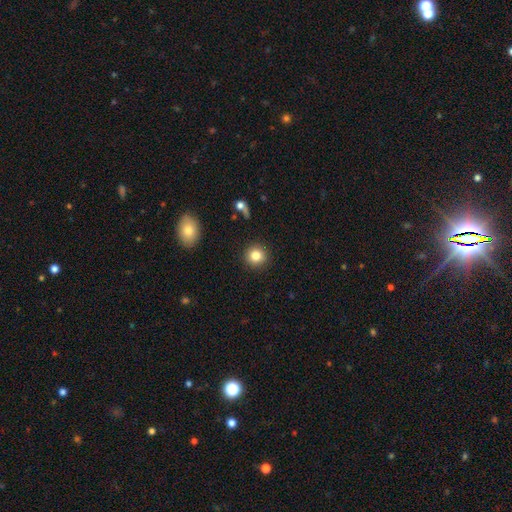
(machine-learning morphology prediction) type=smooth (82%); roundness=round (92%); merging=none (91%).